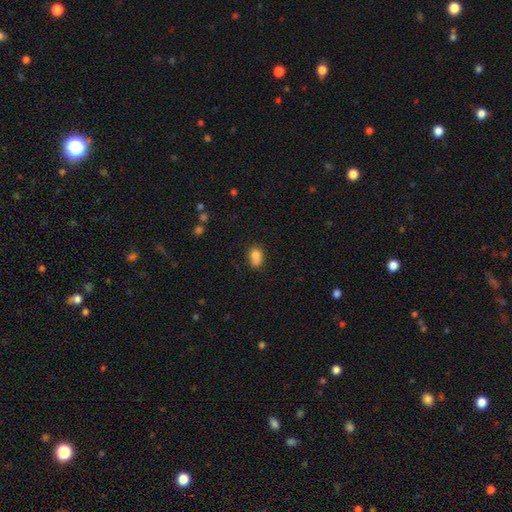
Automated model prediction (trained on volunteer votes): smooth-or-featured: smooth: 81% | star or artifact: 10% | featured or disk: 9%
  how-rounded: in between: 72% | round: 27% | cigar-shaped: 2%
  merging: none: 52% | minor disturbance: 26% | merger: 15% | major disturbance: 7%